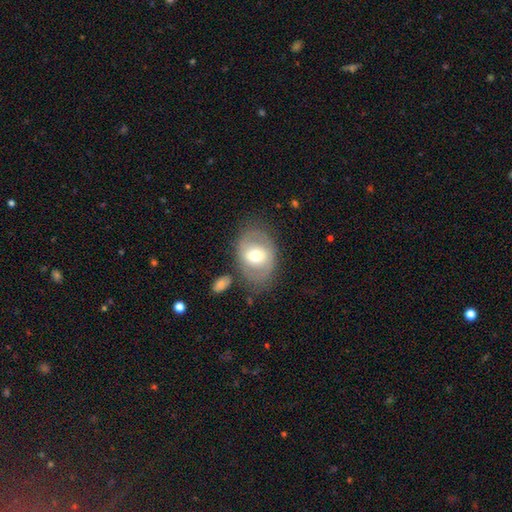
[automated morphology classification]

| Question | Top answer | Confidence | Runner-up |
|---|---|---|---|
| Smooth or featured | smooth | 48% | featured or disk (44%) |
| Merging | none | 69% | minor disturbance (16%) |